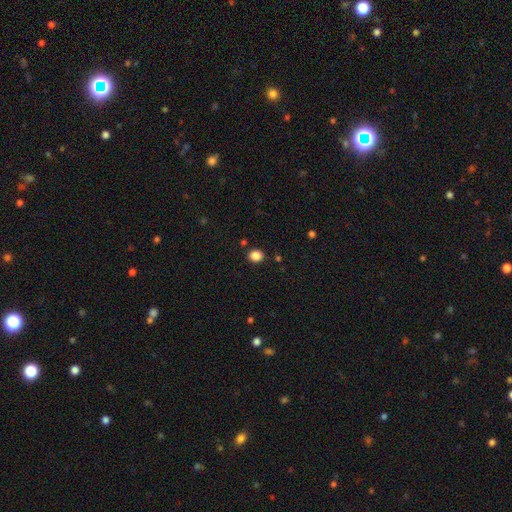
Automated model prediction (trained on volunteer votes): Smooth or featured: smooth — 86% (star or artifact — 11%)
How rounded: round — 64% (in between — 35%)
Merging: none — 88% (minor disturbance — 7%)